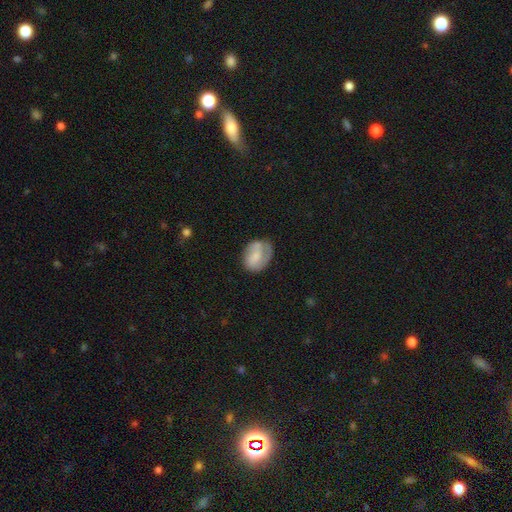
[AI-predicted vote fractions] Overall: smooth (58%; featured or disk 35%). How rounded: in between (69%; round 30%). Merging: none (55%; minor disturbance 28%).